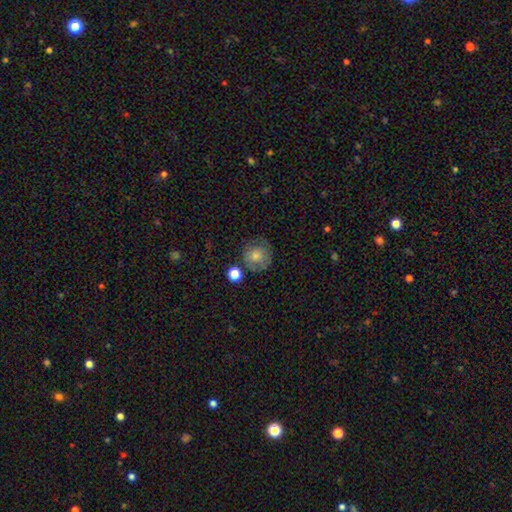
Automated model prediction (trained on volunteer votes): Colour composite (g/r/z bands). It shows a smooth galaxy with no disk features (61%) that is round (91%). Merging: none (73%).